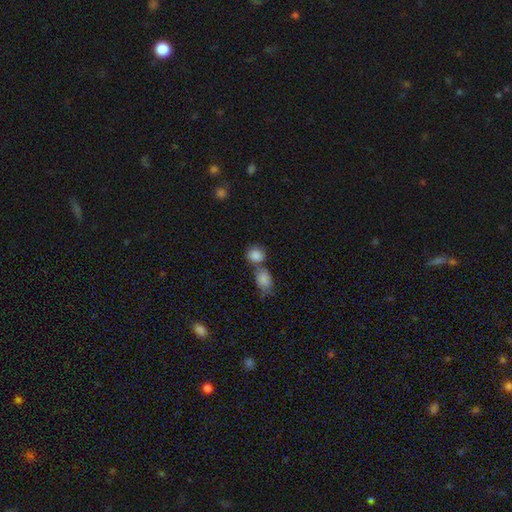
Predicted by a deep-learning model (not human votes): Smooth or featured? smooth (85%)
How rounded? round (66%)
Merging? merger (46%)